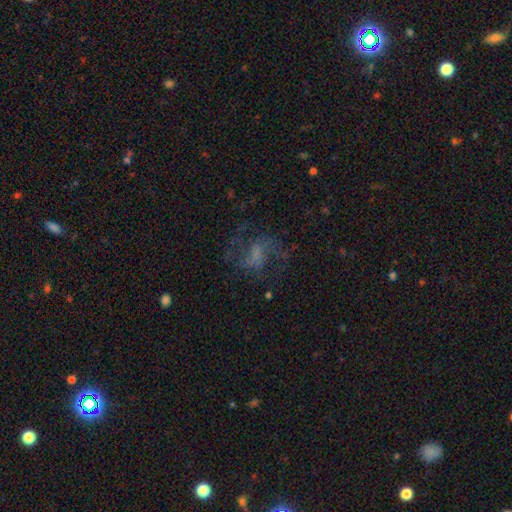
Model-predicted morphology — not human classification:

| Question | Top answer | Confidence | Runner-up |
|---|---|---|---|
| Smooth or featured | featured or disk | 63% | smooth (22%) |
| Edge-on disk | no | 98% | yes (2%) |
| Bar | no | 45% | weak (43%) |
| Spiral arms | yes | 81% | no (19%) |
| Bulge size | none | 50% | small (24%) |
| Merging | none | 56% | major disturbance (26%) |